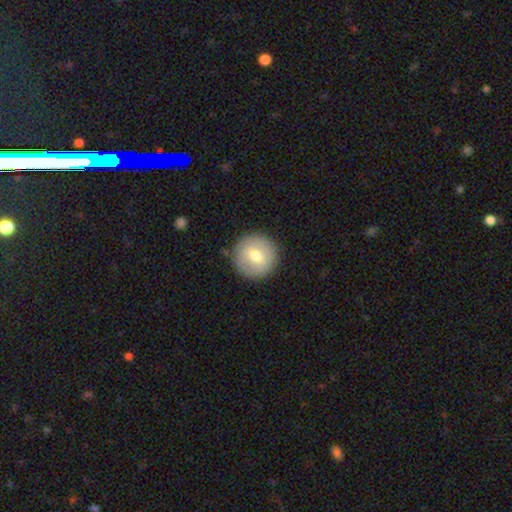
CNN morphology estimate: A smooth galaxy with no disk features (68%) that is round (95%).

Vote fractions:
- Smooth or featured? smooth: 68% / featured or disk: 24% / star or artifact: 8%
- How rounded? round: 95% / in between: 4% / cigar-shaped: 1%
- Merging? none: 89% / minor disturbance: 7% / major disturbance: 2% / merger: 1%